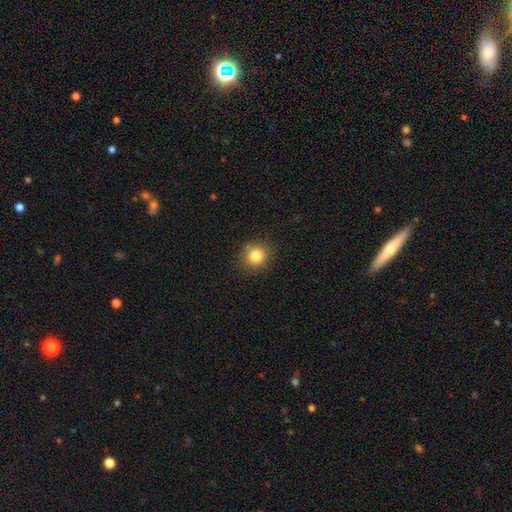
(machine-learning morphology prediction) A smooth galaxy with no disk features (83%) that is round (86%).

Vote fractions:
- Smooth or featured? smooth: 83% / star or artifact: 12% / featured or disk: 6%
- How rounded? round: 86% / in between: 14% / cigar-shaped: 1%
- Merging? none: 85% / minor disturbance: 10% / major disturbance: 3% / merger: 3%